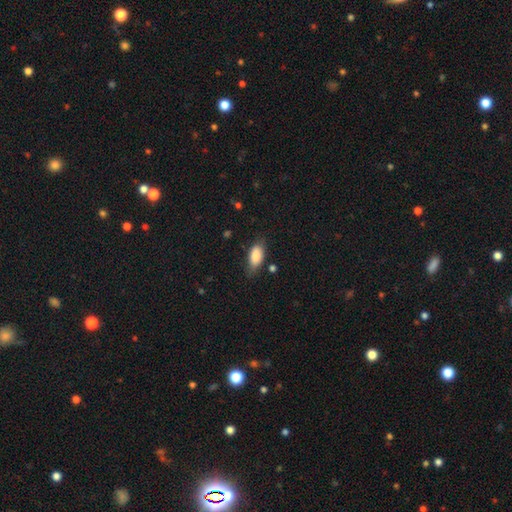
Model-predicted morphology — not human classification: Smooth or featured?
  - smooth: 85% *
  - featured or disk: 8%
  - star or artifact: 7%
How rounded?
  - in between: 88% *
  - cigar-shaped: 9%
  - round: 4%
Merging?
  - none: 66% *
  - minor disturbance: 25%
  - major disturbance: 6%
  - merger: 2%